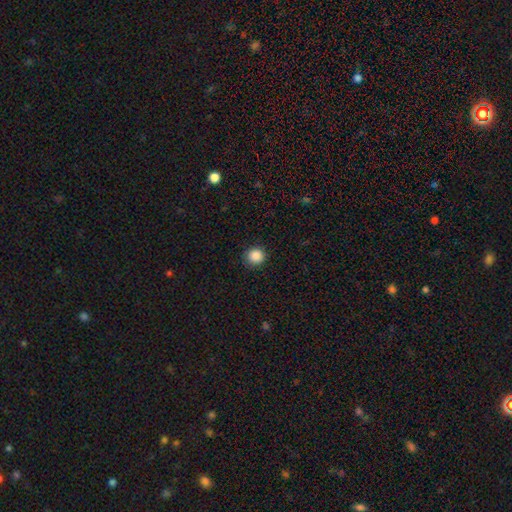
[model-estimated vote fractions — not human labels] Morphology: type=smooth (87%); roundness=round (94%); merging=none (90%).